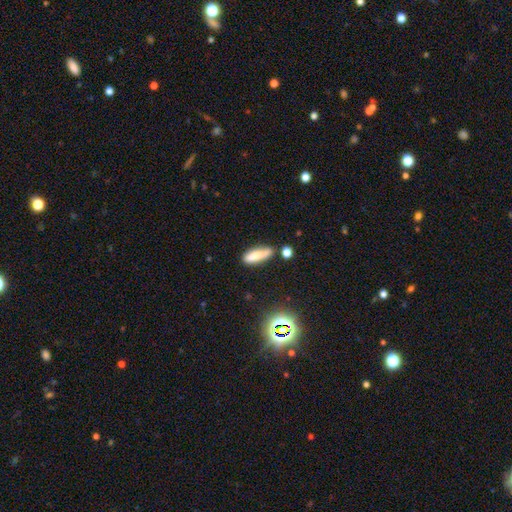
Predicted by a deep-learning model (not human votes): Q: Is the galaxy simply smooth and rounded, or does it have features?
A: smooth — 75%.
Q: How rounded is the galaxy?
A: cigar-shaped — 49%, tied with in between.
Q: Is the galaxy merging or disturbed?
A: none — 61%.